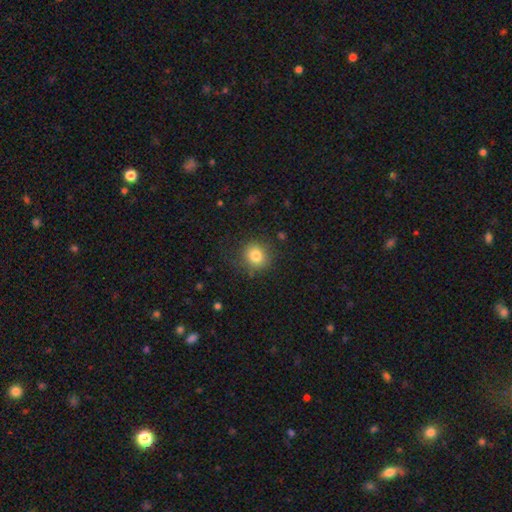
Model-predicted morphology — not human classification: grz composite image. It shows a smooth galaxy with no disk features (81%) that is round (83%). Merging: none (83%).